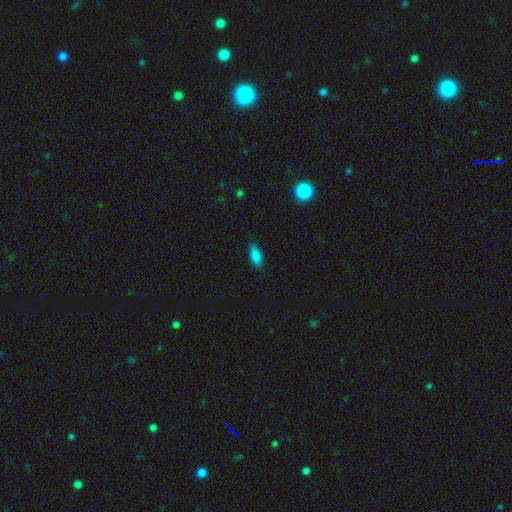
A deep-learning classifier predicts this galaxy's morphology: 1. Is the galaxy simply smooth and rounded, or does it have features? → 85% smooth, 9% star or artifact, 5% featured or disk.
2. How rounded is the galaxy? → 83% in between, 14% cigar-shaped, 3% round.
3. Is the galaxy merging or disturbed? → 81% none, 15% minor disturbance, 3% major disturbance, 1% merger.